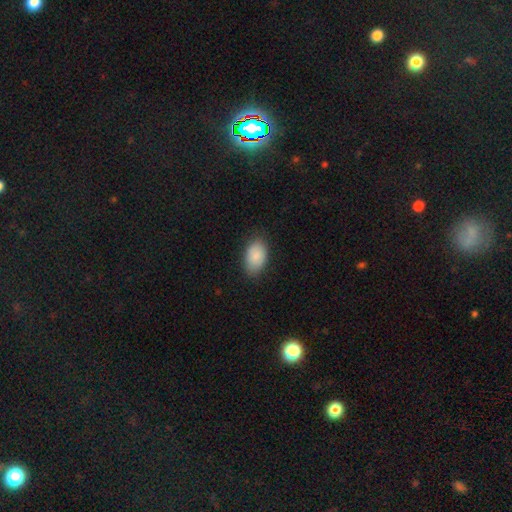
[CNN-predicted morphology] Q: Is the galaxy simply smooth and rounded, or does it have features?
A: smooth — 89%.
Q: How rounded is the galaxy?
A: in between — 92%.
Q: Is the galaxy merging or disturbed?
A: none — 83%.